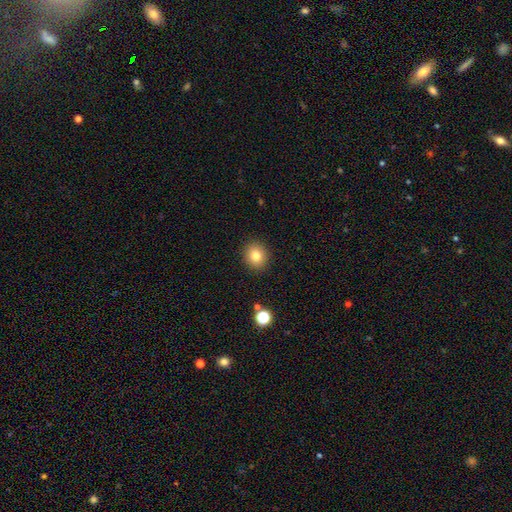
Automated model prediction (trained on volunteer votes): Smooth or featured?
  - smooth: 82% *
  - star or artifact: 11%
  - featured or disk: 7%
How rounded?
  - round: 78% *
  - in between: 21%
  - cigar-shaped: 1%
Merging?
  - none: 90% *
  - minor disturbance: 6%
  - major disturbance: 2%
  - merger: 1%